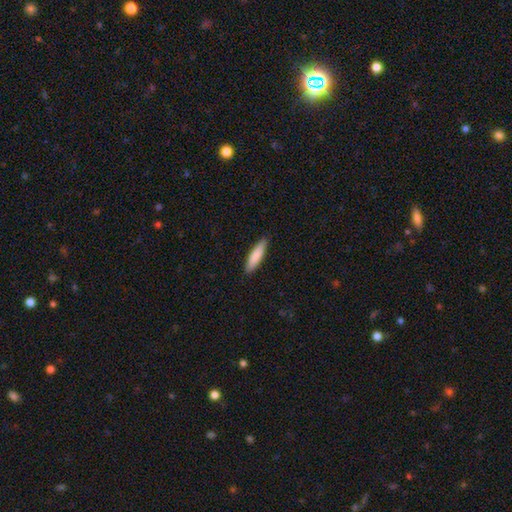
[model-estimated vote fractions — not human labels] Smooth or featured: smooth — 85% (featured or disk — 10%)
How rounded: cigar-shaped — 74% (in between — 25%)
Merging: none — 88% (minor disturbance — 10%)